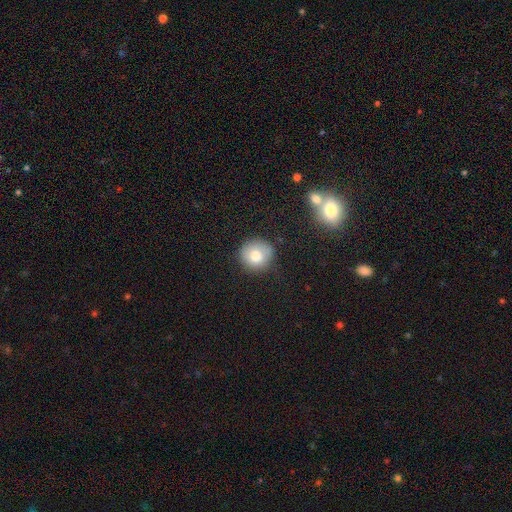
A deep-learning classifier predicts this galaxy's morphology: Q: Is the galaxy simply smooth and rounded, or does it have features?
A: smooth — 80%.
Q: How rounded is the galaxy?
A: round — 91%.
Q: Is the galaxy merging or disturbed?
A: none — 77%.